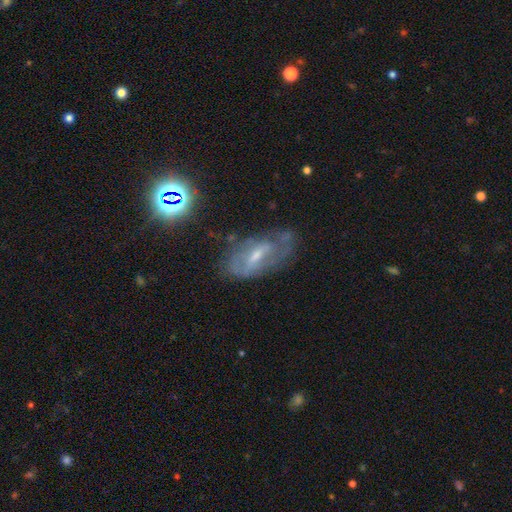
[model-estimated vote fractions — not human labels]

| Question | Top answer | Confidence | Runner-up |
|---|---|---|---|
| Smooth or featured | featured or disk | 68% | smooth (18%) |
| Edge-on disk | no | 91% | yes (9%) |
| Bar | weak | 51% | strong (26%) |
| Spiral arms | yes | 72% | no (28%) |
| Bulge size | small | 51% | moderate (40%) |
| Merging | none | 55% | minor disturbance (26%) |